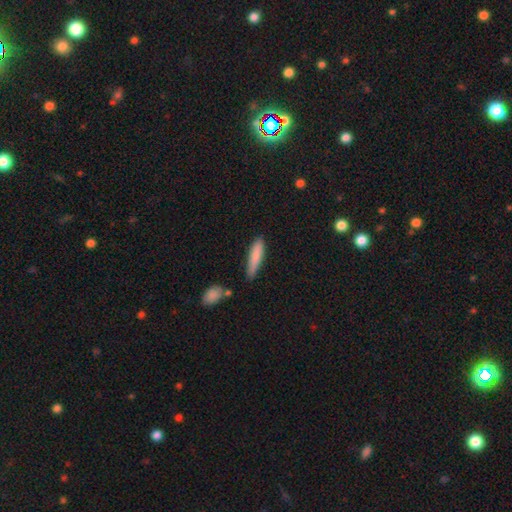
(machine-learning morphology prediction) smooth_or_featured: smooth (p=0.82) [alt: featured or disk p=0.12]
how_rounded: cigar-shaped (p=0.81) [alt: in between p=0.18]
merging: none (p=0.70) [alt: minor disturbance p=0.22]